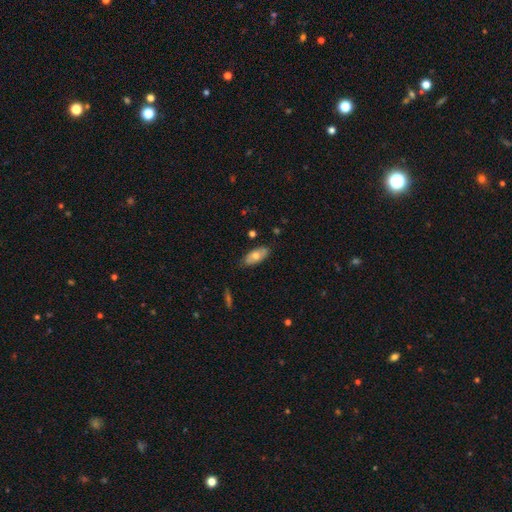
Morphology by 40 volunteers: Smooth or featured? 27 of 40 (68%) said smooth. How rounded? 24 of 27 (89%) said in between. Merging? 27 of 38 (71%) said none.